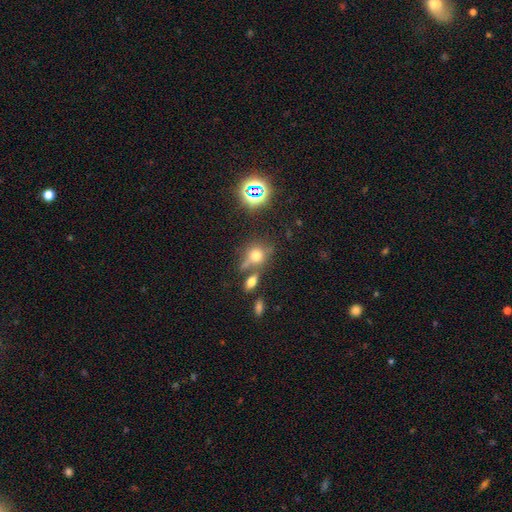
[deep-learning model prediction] Morphology: type=smooth (62%); roundness=round (70%); merging=none (56%).